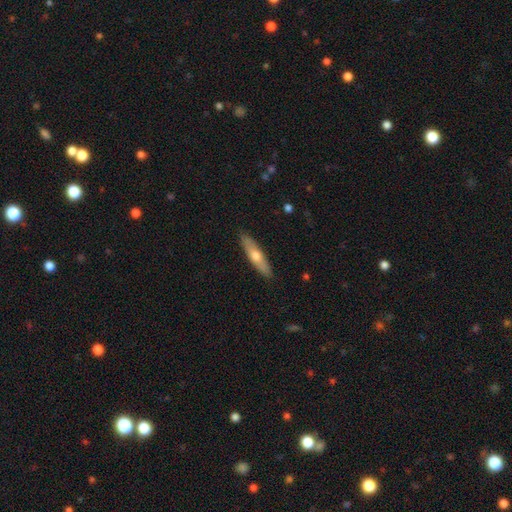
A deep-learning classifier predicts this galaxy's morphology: This is possibly a smooth galaxy (54%). How rounded: likely cigar-shaped (75%). Merging: clearly none (89%).